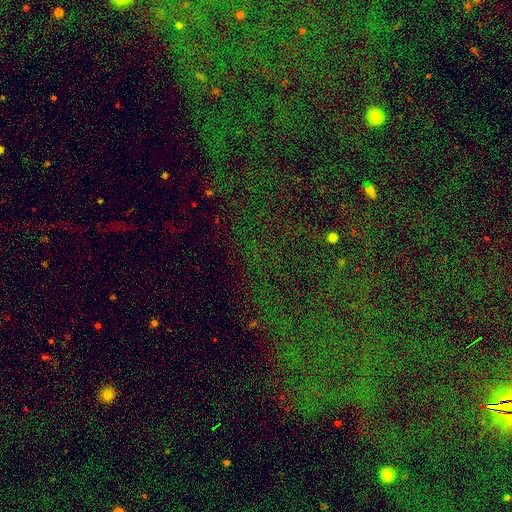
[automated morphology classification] Smooth or featured? star or artifact (76%)